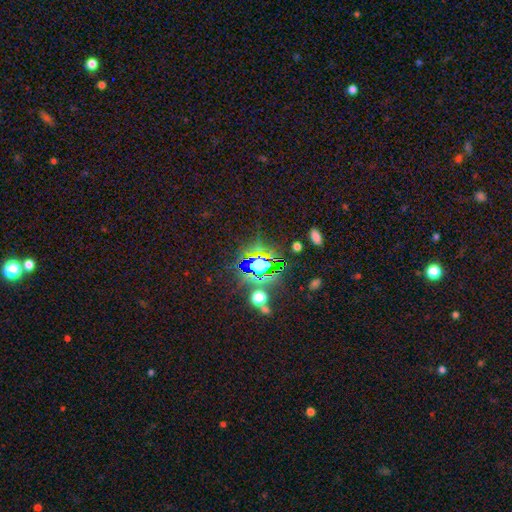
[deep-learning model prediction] This is likely a star or artifact rather than a galaxy (78%).